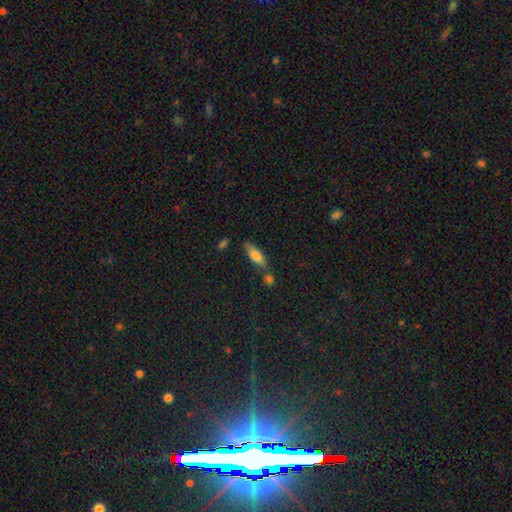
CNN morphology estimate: smooth-or-featured: smooth: 74% | featured or disk: 19% | star or artifact: 8%
  how-rounded: in between: 57% | cigar-shaped: 41% | round: 3%
  merging: none: 63% | merger: 17% | minor disturbance: 16% | major disturbance: 5%